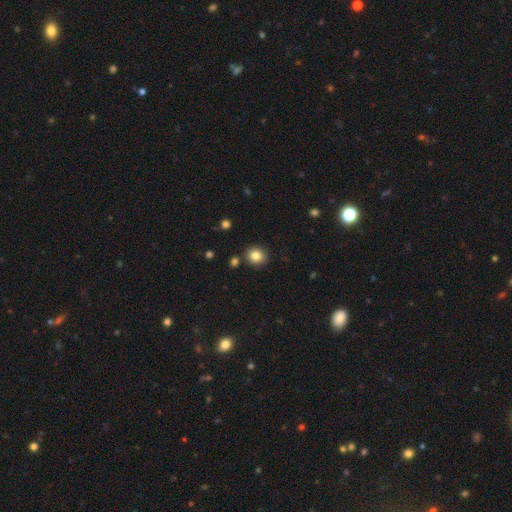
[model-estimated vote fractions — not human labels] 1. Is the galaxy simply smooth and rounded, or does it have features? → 83% smooth, 10% star or artifact, 6% featured or disk.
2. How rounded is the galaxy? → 79% round, 20% in between, 1% cigar-shaped.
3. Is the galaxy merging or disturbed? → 85% none, 8% minor disturbance, 4% merger, 2% major disturbance.